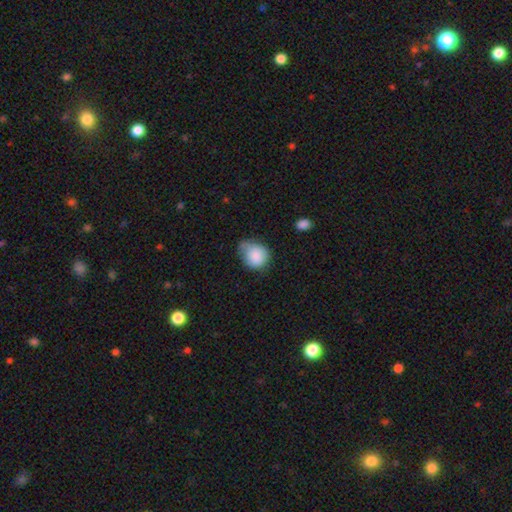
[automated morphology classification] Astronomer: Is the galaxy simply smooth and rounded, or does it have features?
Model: smooth — 85%.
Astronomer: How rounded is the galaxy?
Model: round — 63%.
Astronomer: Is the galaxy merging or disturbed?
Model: minor disturbance — 43% (runner-up: none, 38%).